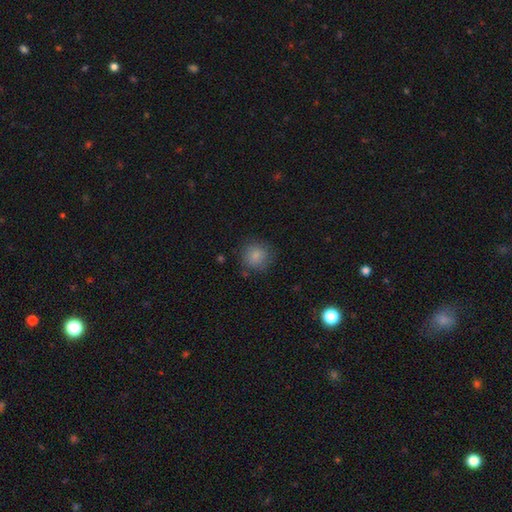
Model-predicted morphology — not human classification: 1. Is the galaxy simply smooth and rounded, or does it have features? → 85% smooth, 9% star or artifact, 6% featured or disk.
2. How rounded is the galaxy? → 90% round, 9% in between, 1% cigar-shaped.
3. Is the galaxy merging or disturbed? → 79% none, 14% minor disturbance, 4% major disturbance, 2% merger.